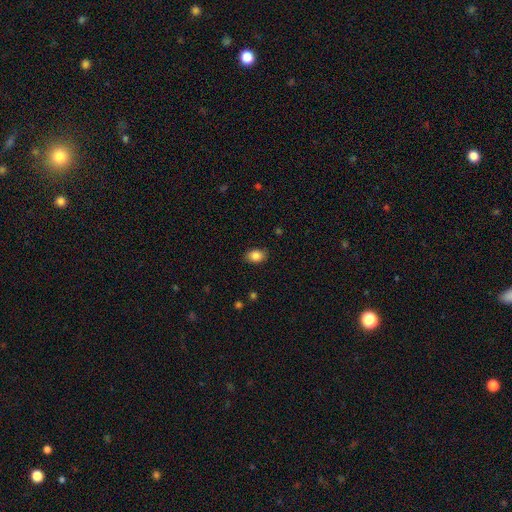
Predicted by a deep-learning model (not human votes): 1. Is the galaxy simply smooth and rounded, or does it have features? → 87% smooth, 8% star or artifact, 5% featured or disk.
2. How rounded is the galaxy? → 76% in between, 23% round, 1% cigar-shaped.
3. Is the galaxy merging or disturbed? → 86% none, 10% minor disturbance, 2% major disturbance, 1% merger.